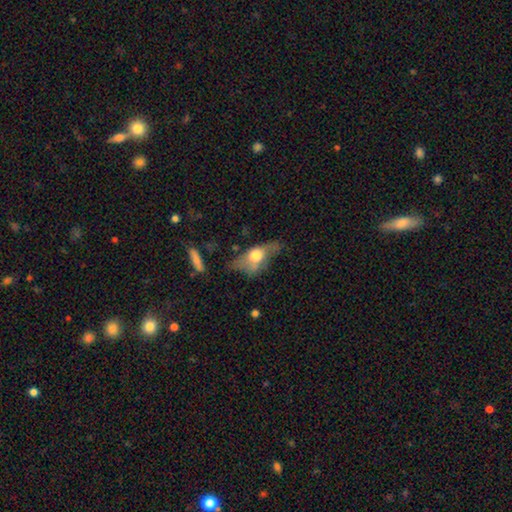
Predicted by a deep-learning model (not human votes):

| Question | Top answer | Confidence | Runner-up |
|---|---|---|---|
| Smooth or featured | smooth | 49% | featured or disk (43%) |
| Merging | none | 41% | minor disturbance (29%) |